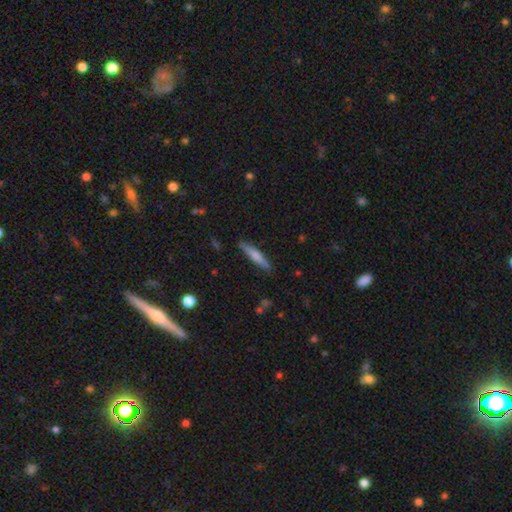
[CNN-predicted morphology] A smooth galaxy with no disk features (66%) that is cigar-shaped (91%). Merging: none (87%).